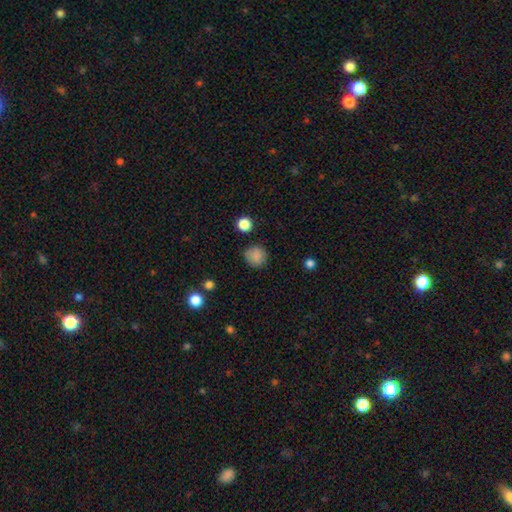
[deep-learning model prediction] Smooth or featured?
  - smooth: 85% *
  - star or artifact: 11%
  - featured or disk: 4%
How rounded?
  - round: 88% *
  - in between: 11%
  - cigar-shaped: 1%
Merging?
  - none: 82% *
  - minor disturbance: 13%
  - major disturbance: 3%
  - merger: 2%